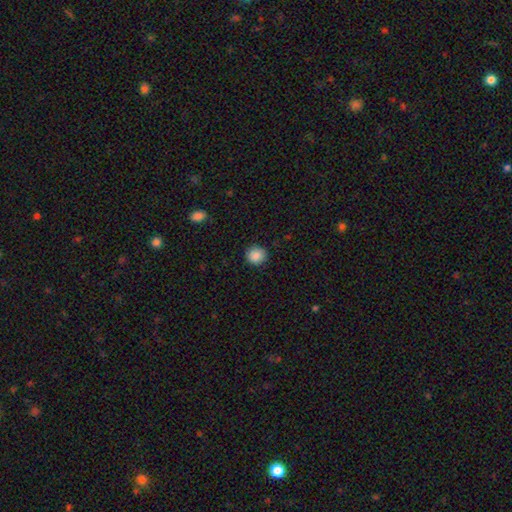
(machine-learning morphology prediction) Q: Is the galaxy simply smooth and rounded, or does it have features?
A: smooth — 88%.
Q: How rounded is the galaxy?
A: round — 91%.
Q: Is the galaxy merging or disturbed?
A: none — 90%.